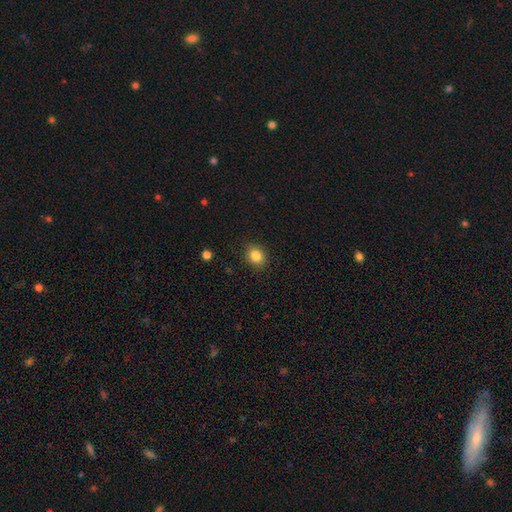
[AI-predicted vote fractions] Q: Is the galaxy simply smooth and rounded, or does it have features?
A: smooth — 84%.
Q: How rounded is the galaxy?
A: round — 71%.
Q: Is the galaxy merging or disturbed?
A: none — 89%.